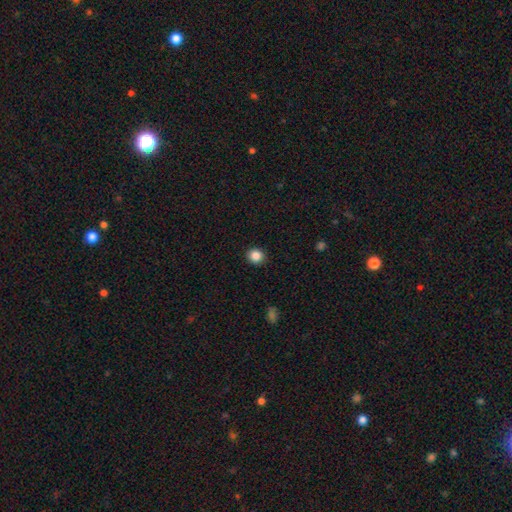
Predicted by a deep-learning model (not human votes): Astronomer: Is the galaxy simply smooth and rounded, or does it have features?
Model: smooth — 86%.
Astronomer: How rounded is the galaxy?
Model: round — 82%.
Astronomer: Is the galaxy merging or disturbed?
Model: none — 91%.